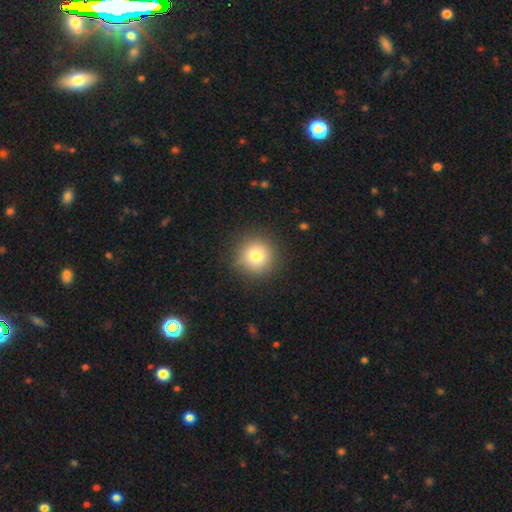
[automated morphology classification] Q: Smooth or featured?
A: smooth (79%); runner-up: star or artifact (12%)
Q: How rounded?
A: round (95%); runner-up: in between (4%)
Q: Merging?
A: none (88%); runner-up: minor disturbance (8%)